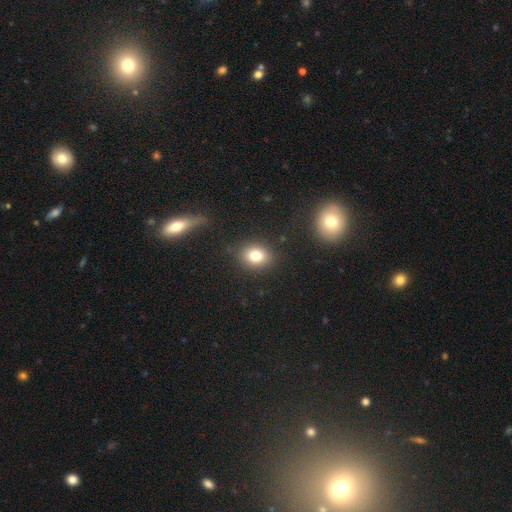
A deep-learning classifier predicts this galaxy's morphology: smooth 79%, star or artifact 12%, featured or disk 9%. Down the decision tree: how rounded — round (55%); merging — none (85%).